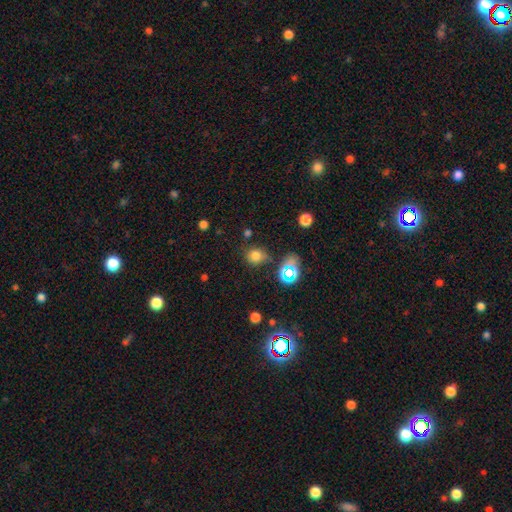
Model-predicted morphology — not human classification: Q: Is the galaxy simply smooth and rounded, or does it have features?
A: smooth — 73%.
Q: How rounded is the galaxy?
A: round — 75%.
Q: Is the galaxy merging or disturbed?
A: none — 72%.